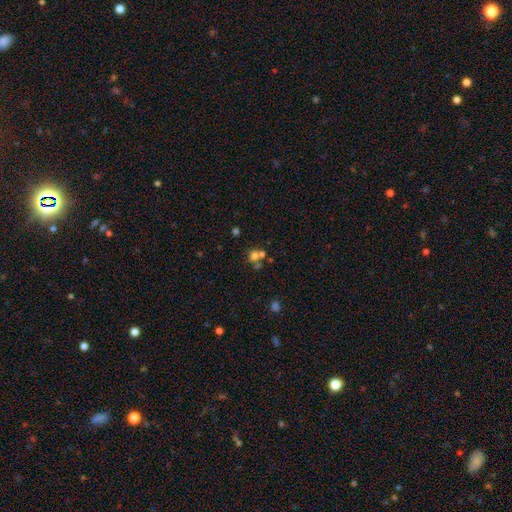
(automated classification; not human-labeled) smooth 64%, star or artifact 20%, featured or disk 16%. Down the decision tree: how rounded — round (77%); merging — merger (44%).